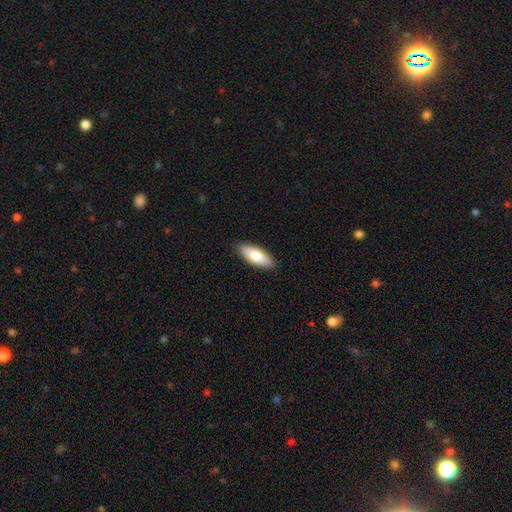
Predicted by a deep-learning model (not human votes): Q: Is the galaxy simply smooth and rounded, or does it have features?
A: smooth — 79%.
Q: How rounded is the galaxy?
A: in between — 71%.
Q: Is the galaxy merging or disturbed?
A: none — 90%.